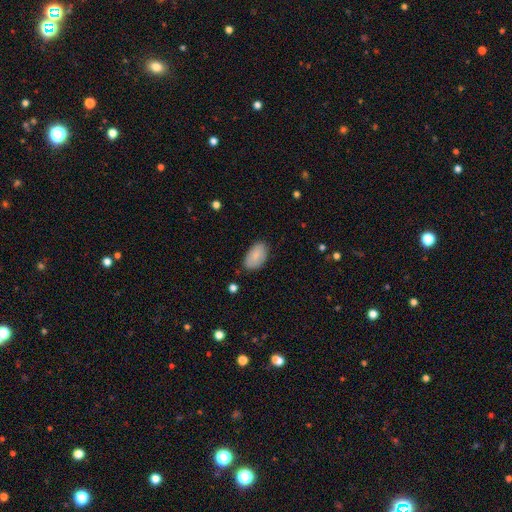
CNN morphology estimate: Smooth or featured? smooth (83%)
How rounded? in between (94%)
Merging? none (83%)